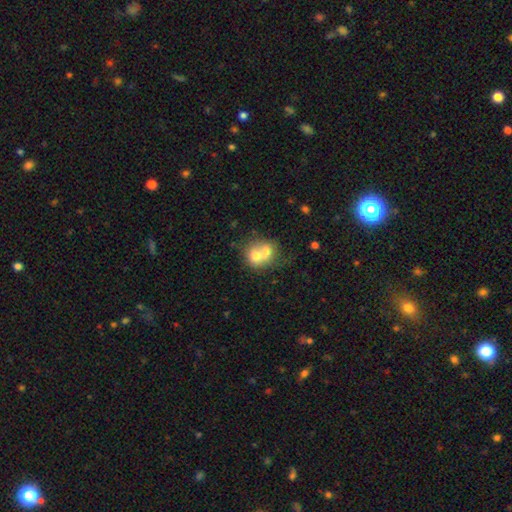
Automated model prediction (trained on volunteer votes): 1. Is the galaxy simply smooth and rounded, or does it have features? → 65% smooth, 26% featured or disk, 9% star or artifact.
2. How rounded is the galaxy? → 69% round, 30% in between, 1% cigar-shaped.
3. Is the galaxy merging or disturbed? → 72% merger, 20% none, 5% minor disturbance, 3% major disturbance.